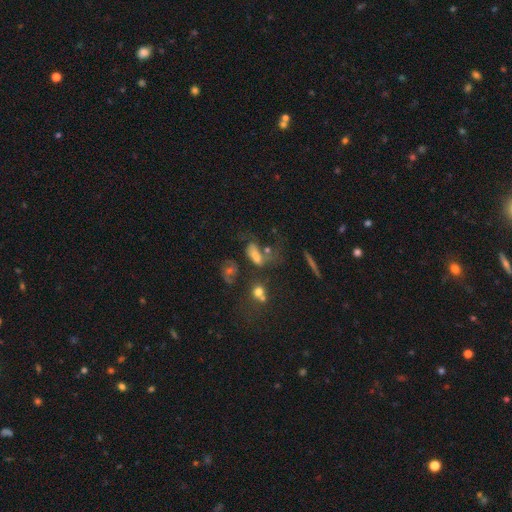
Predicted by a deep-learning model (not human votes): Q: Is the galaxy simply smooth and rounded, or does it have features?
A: smooth — 52%.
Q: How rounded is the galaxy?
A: in between — 75%.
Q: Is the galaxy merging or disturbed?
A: none — 32%.